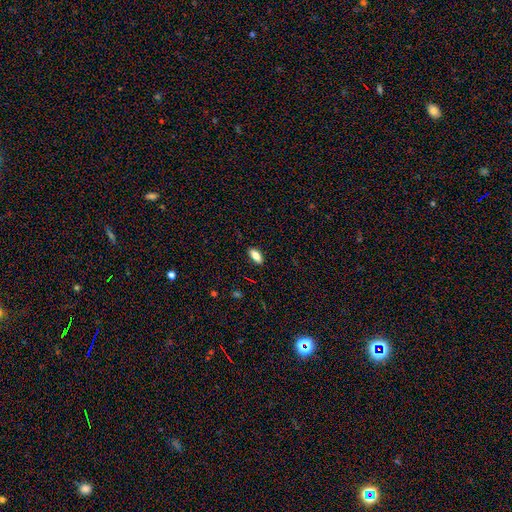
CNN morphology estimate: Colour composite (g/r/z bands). It shows a smooth galaxy with no disk features (79%) that is in between round and cigar-shaped (84%). Merging: none (88%).